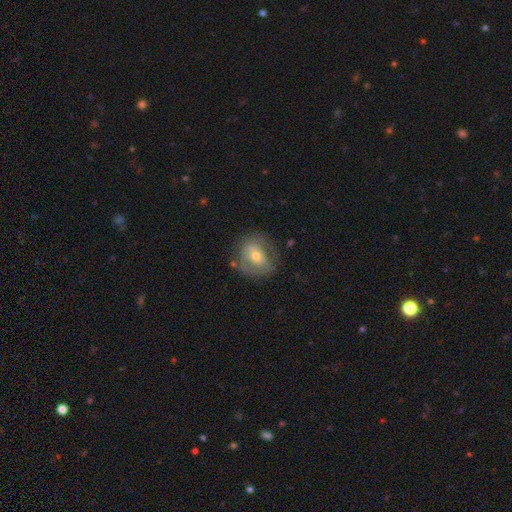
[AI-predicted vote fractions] featured or disk 49%, smooth 44%, star or artifact 7%. Down the decision tree: merging — none (62%).